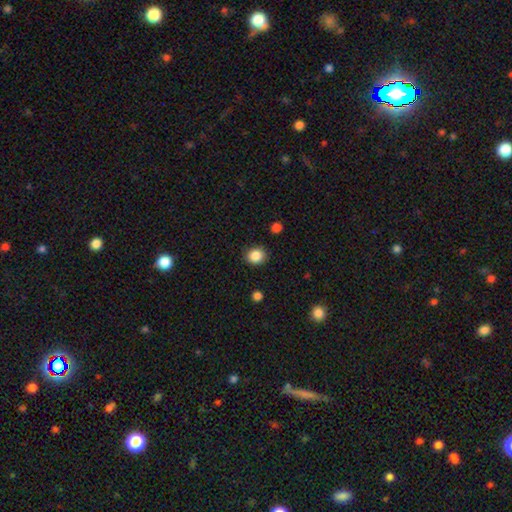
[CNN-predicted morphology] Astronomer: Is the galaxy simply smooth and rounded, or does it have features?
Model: smooth — 86%.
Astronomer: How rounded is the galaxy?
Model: round — 73%.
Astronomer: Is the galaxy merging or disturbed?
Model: none — 88%.